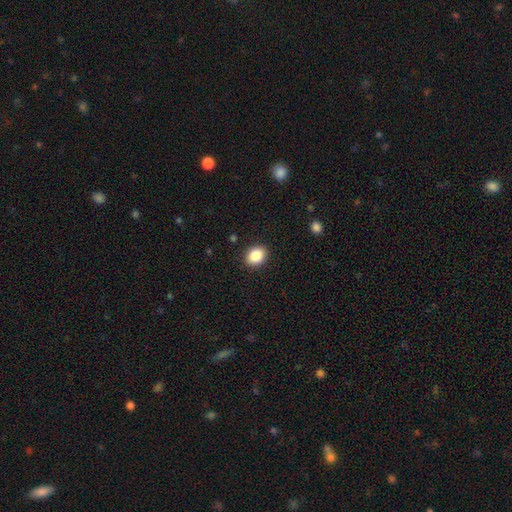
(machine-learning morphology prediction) Overall: smooth (87%). How rounded: in between (52%; round 47%). Merging: none (89%).